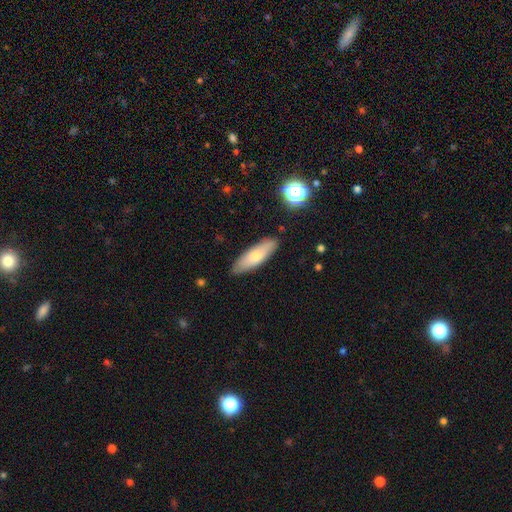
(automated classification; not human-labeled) smooth-or-featured: smooth: 66% | featured or disk: 27% | star or artifact: 7%
  how-rounded: in between: 49% (tied) | cigar-shaped: 49% (tied) | round: 2%
  merging: none: 85% | minor disturbance: 11% | major disturbance: 2% | merger: 2%